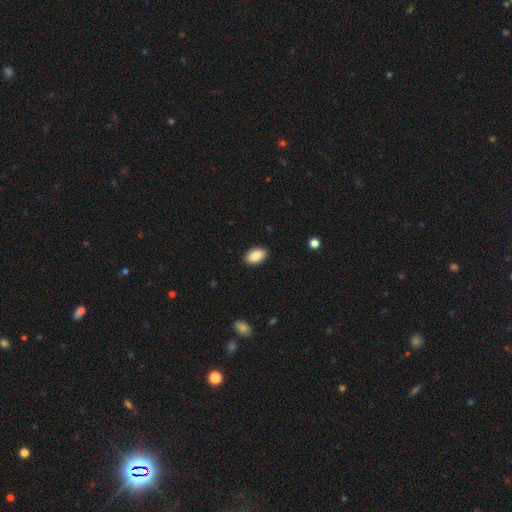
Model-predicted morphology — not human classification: A smooth galaxy with no disk features (89%) that is in between round and cigar-shaped (93%). Merging: none (88%).